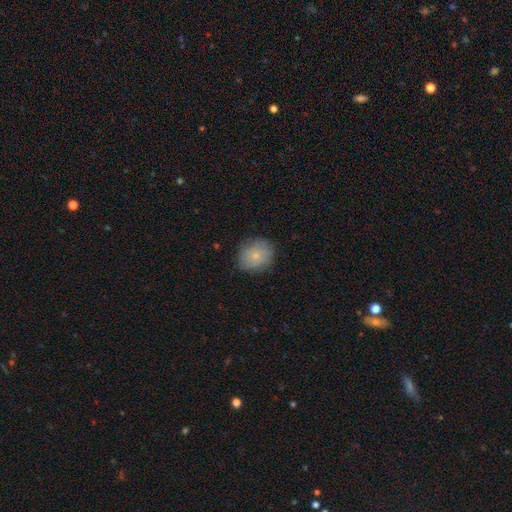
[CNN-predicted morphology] Smooth or featured? smooth (75%)
How rounded? round (72%)
Merging? none (78%)